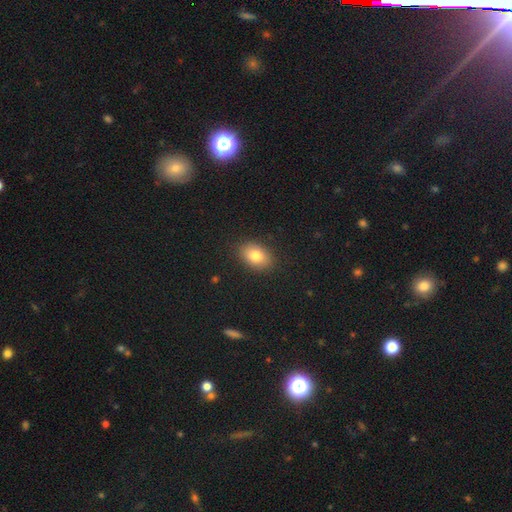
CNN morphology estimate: The model was most divided on "how rounded": in between: 80%, round: 18%, cigar-shaped: 1%. More confident: merging — none (87%); smooth or featured — smooth (80%).